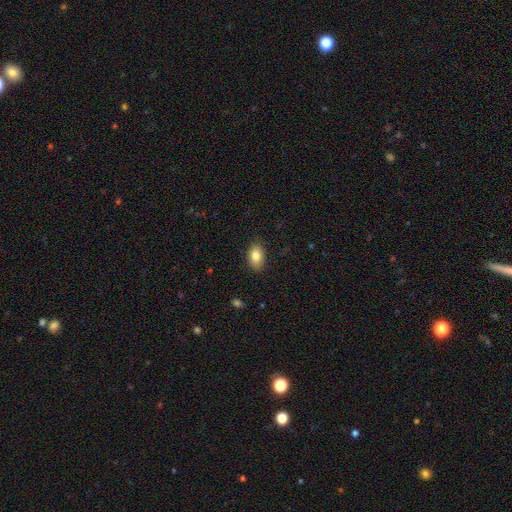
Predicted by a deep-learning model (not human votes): Morphology: type=smooth (83%); roundness=in between (89%); merging=none (86%).